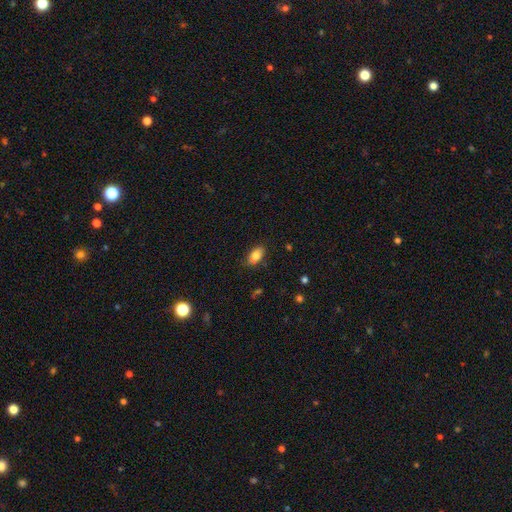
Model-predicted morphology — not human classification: type=smooth (78%); roundness=in between (90%); merging=none (76%).